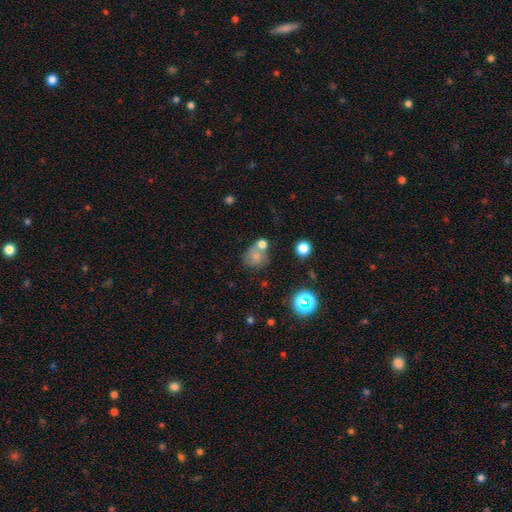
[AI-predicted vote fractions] A smooth galaxy with no disk features (65%) that is round (64%).

Vote fractions:
- Smooth or featured? smooth: 65% / featured or disk: 18% / star or artifact: 17%
- How rounded? round: 64% / in between: 34% / cigar-shaped: 1%
- Merging? merger: 39% / none: 38% / minor disturbance: 14% / major disturbance: 9%